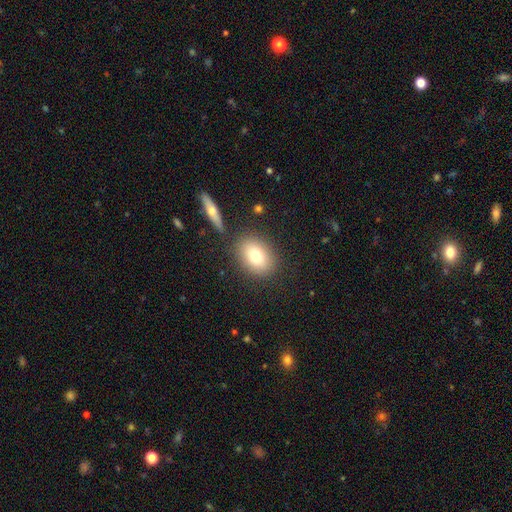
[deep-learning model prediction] Smooth or featured? smooth (77%)
How rounded? in between (67%)
Merging? none (79%)